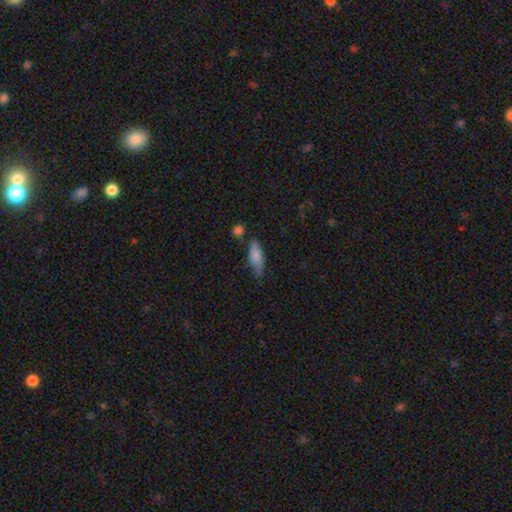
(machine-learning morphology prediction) Overall: smooth (78%). How rounded: in between (60%; cigar-shaped 37%). Merging: none (55%; minor disturbance 29%).